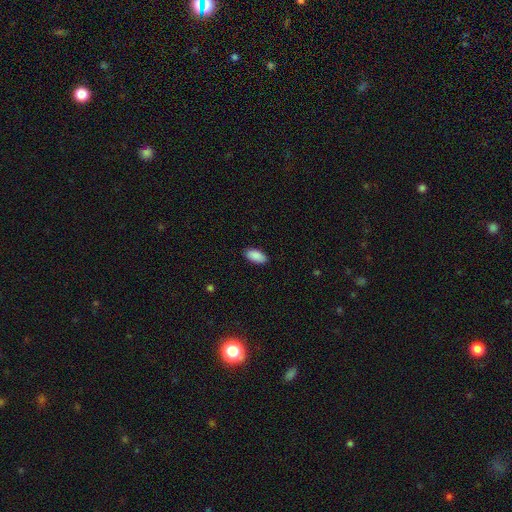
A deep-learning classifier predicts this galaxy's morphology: smooth-or-featured: smooth: 90% | star or artifact: 6% | featured or disk: 4%
  how-rounded: in between: 93% | cigar-shaped: 5% | round: 2%
  merging: none: 88% | minor disturbance: 9% | major disturbance: 2% | merger: 1%